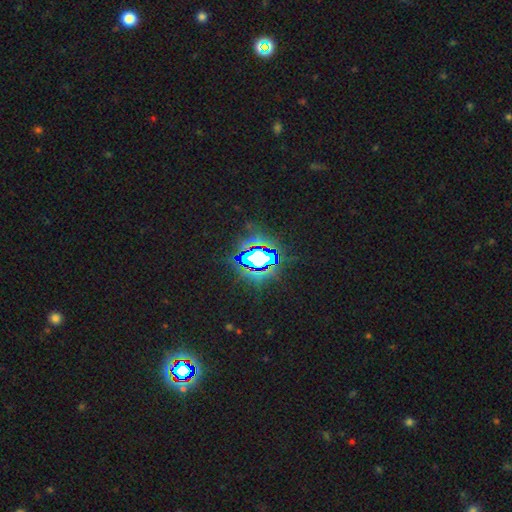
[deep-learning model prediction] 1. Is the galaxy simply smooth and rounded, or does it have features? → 82% star or artifact, 11% smooth, 7% featured or disk.